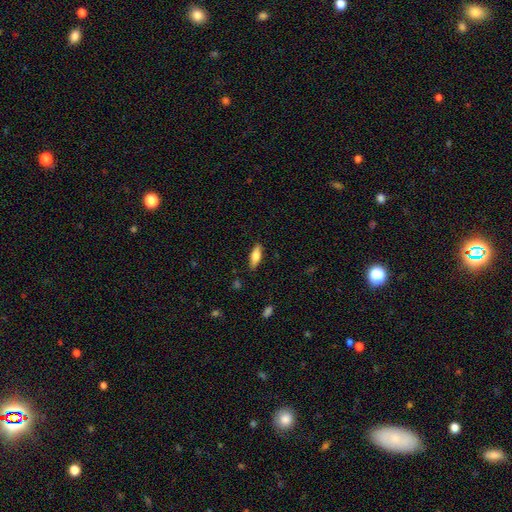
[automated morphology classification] Overall: smooth (71%). How rounded: in between (58%; cigar-shaped 40%). Merging: none (86%).